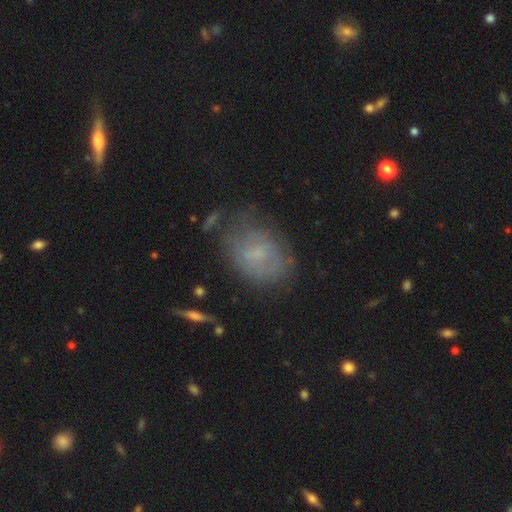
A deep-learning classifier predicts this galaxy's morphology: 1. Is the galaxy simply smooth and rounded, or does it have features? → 49% smooth, 36% featured or disk, 15% star or artifact.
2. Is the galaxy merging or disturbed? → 60% none, 25% minor disturbance, 12% major disturbance, 3% merger.